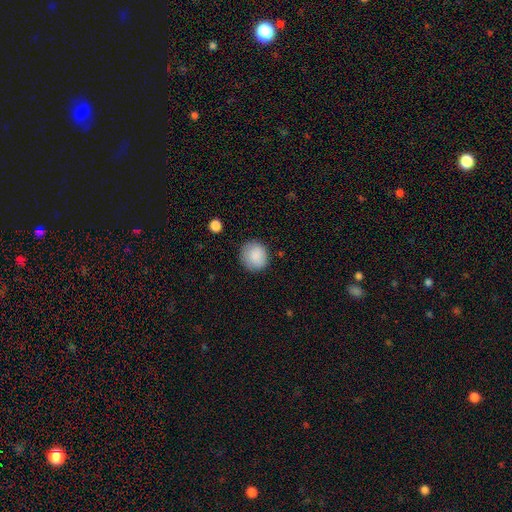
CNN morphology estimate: This is clearly a smooth galaxy (87%). How rounded: clearly round (87%). Merging: clearly none (82%).